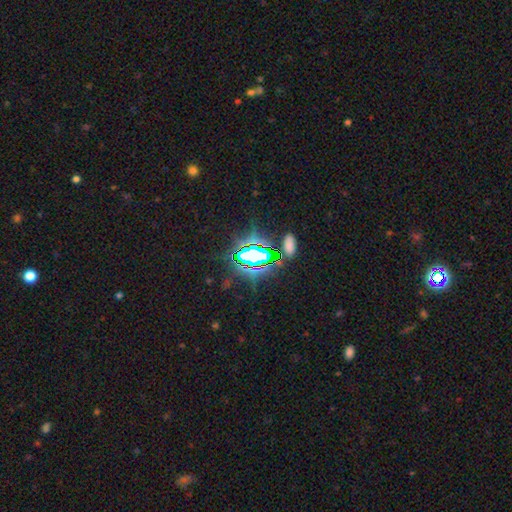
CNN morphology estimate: This is likely a star or artifact rather than a galaxy (70%).